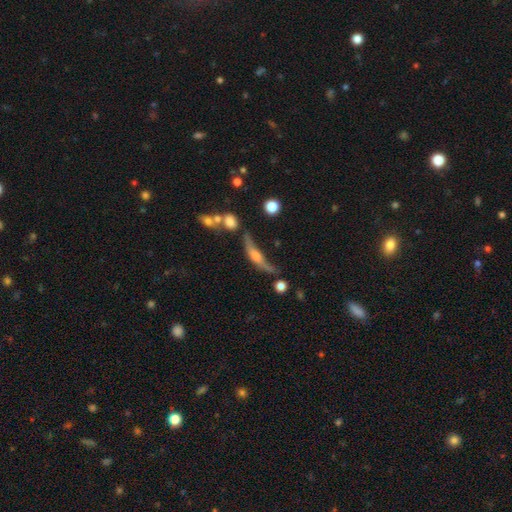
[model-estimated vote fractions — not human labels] Smooth or featured? featured or disk (58%)
Edge-on disk? yes (73%)
Merging? none (35%)